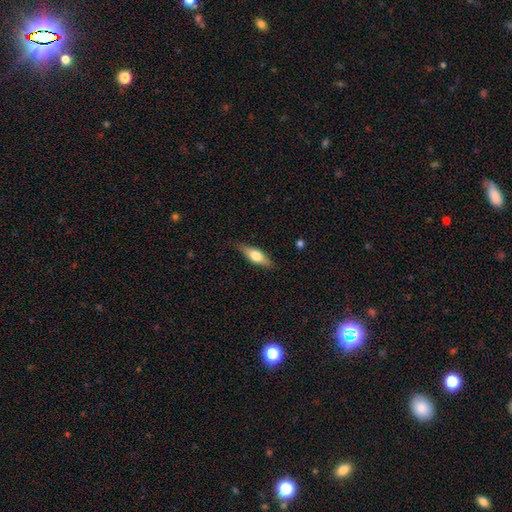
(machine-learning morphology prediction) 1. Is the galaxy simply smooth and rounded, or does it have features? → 57% smooth, 37% featured or disk, 6% star or artifact.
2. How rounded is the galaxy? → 51% in between, 47% cigar-shaped, 3% round.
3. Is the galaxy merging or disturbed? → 83% none, 14% minor disturbance, 3% major disturbance, 1% merger.